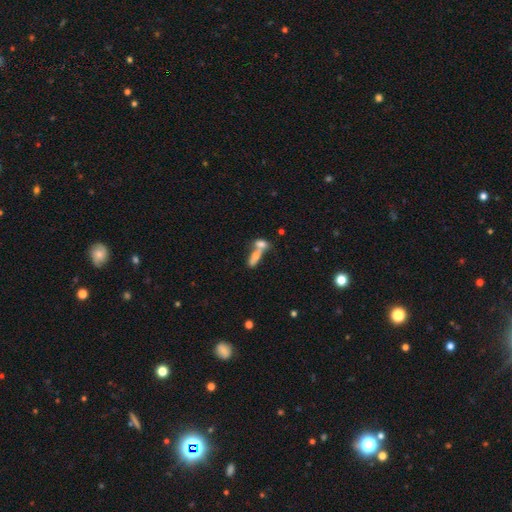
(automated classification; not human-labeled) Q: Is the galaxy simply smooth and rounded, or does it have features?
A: smooth — 60%.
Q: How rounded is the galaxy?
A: in between — 65%.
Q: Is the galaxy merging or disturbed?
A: merger — 72%.